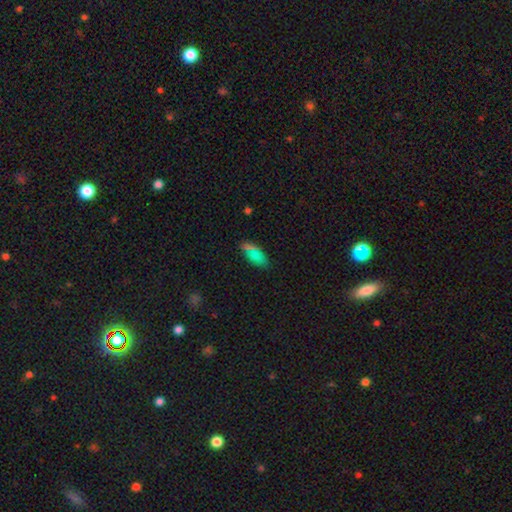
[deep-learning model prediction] Morphology: type=smooth (73%); roundness=in between (88%); merging=none (76%).